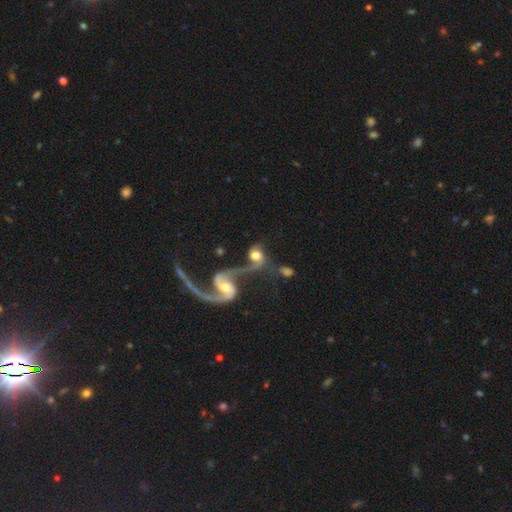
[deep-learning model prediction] A featured or disk galaxy (58%) with no bar (53%), spiral arms (85%) and a moderate central bulge (49%). Merging: merger (58%).